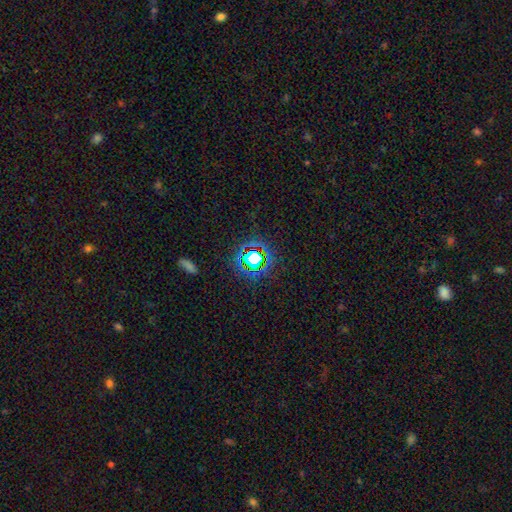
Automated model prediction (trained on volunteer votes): A star or artifact, not a galaxy (74%).

Vote fractions:
- Smooth or featured? star or artifact: 74% / smooth: 17% / featured or disk: 9%